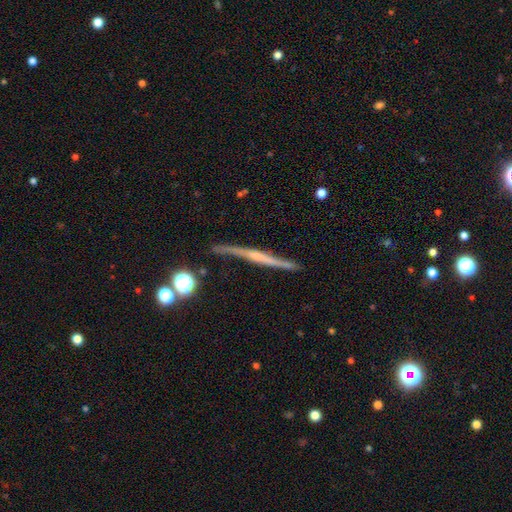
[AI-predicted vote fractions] Overall: featured or disk (72%). Edge-on disk: yes (90%). Edge-on bulge: none (49%; rounded 34%). Merging: none (71%).